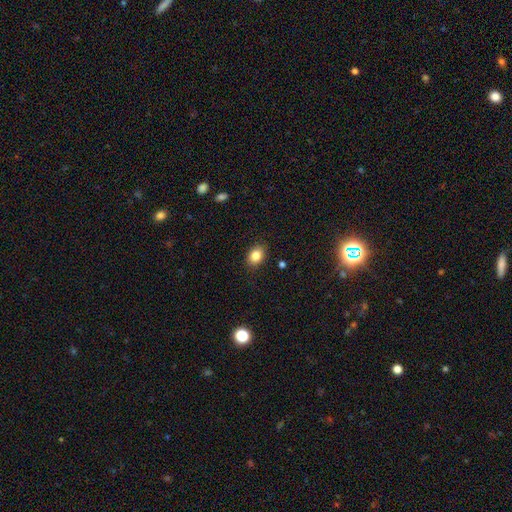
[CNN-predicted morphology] Smooth or featured?
  - smooth: 83% *
  - star or artifact: 10%
  - featured or disk: 7%
How rounded?
  - in between: 70% *
  - round: 29%
  - cigar-shaped: 1%
Merging?
  - none: 86% *
  - minor disturbance: 10%
  - major disturbance: 2%
  - merger: 1%